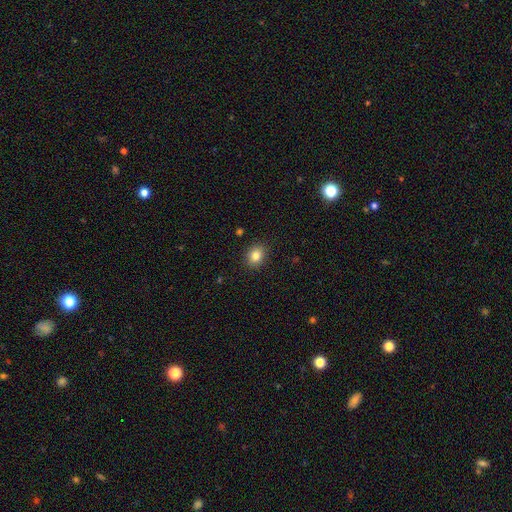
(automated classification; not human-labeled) A smooth galaxy with no disk features (82%) that is round (55%).

Vote fractions:
- Smooth or featured? smooth: 82% / star or artifact: 11% / featured or disk: 7%
- How rounded? round: 55% / in between: 44% / cigar-shaped: 1%
- Merging? none: 89% / minor disturbance: 8% / major disturbance: 2% / merger: 1%